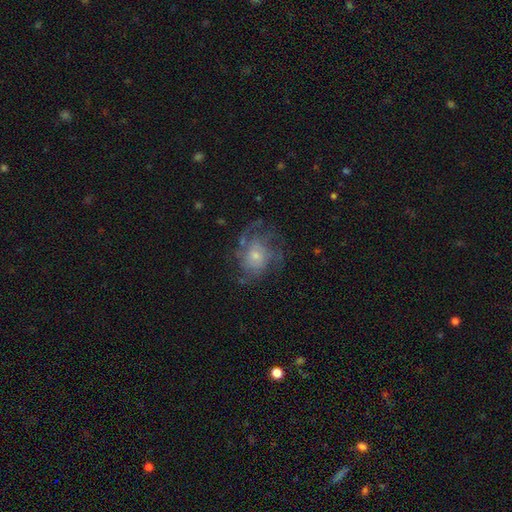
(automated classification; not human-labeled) Overall: featured or disk (67%). Edge-on disk: no (97%). Bar: no (78%). Spiral arms: yes (80%). Spiral arm count: can't tell (44%; 3 17%). Spiral winding: medium (41%; tight 39%). Bulge size: small (52%; moderate 38%). Merging: none (58%; minor disturbance 21%).